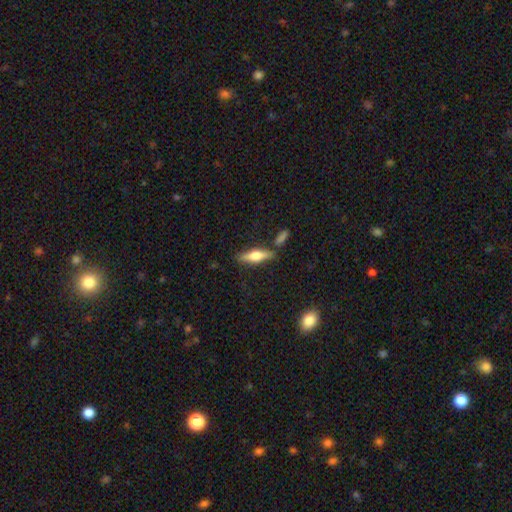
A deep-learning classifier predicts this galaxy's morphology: smooth_or_featured: smooth (p=0.51) [alt: featured or disk p=0.42]
how_rounded: cigar-shaped (p=0.62) [alt: in between p=0.36]
merging: none (p=0.77) [alt: minor disturbance p=0.12]